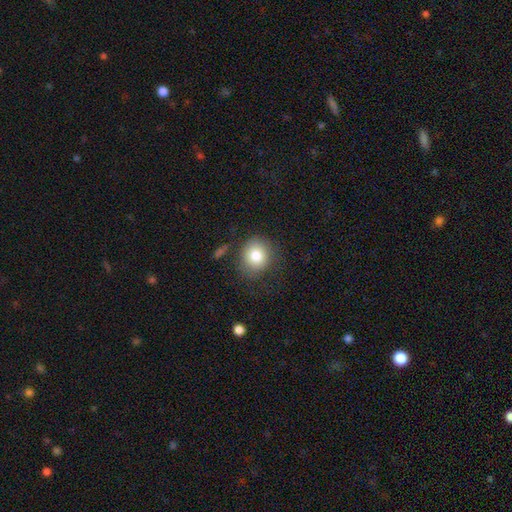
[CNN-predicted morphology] Smooth or featured? Predicted: smooth (p=0.81). How rounded? Predicted: round (p=0.78). Merging? Predicted: none (p=0.78).